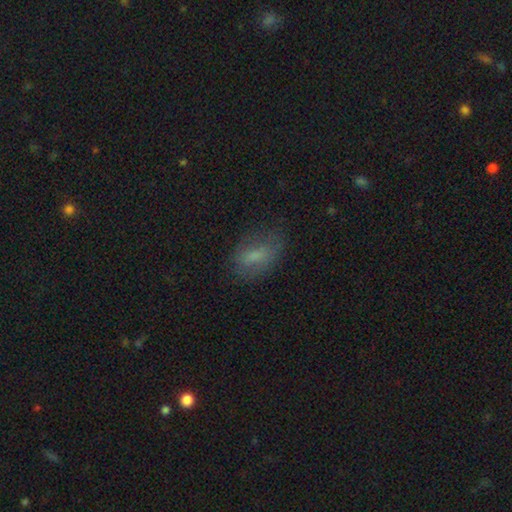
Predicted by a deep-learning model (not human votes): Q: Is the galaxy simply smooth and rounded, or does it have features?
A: smooth — 66%.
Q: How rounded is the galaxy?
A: in between — 84%.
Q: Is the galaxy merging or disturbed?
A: none — 60%.